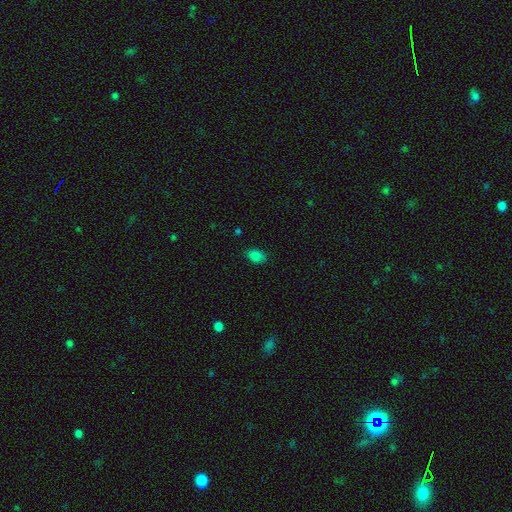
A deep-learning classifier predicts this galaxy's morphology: This is clearly a smooth galaxy (83%). How rounded: clearly in between (84%). Merging: clearly none (82%).